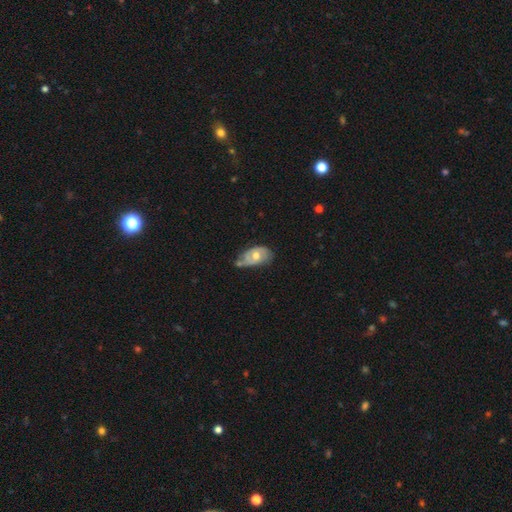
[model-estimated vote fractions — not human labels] The model was most divided on "merging": minor disturbance: 39%, none: 37%, major disturbance: 15%, merger: 10%. More confident: edge-on disk — no (93%); smooth or featured — featured or disk (53%).